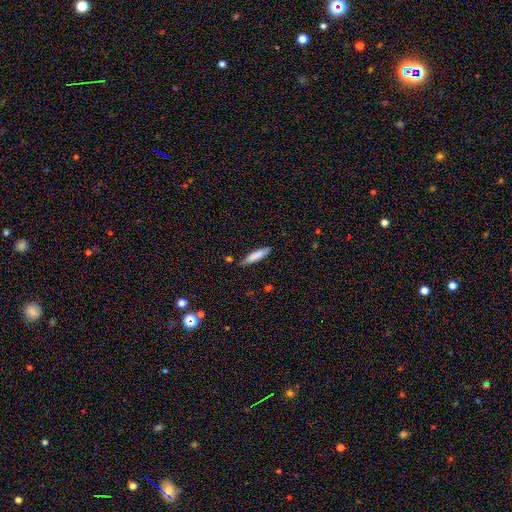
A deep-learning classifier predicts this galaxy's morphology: The model was most divided on "how rounded": cigar-shaped: 82%, in between: 17%, round: 1%. More confident: smooth or featured — smooth (81%); merging — none (80%).